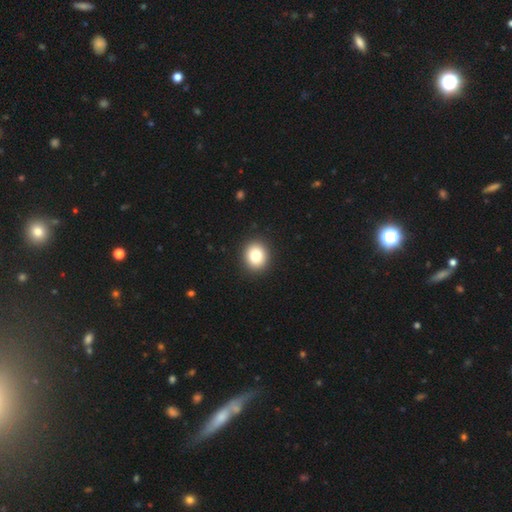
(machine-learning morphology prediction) Smooth or featured: smooth — 81% (star or artifact — 10%)
How rounded: round — 79% (in between — 20%)
Merging: none — 92% (minor disturbance — 5%)